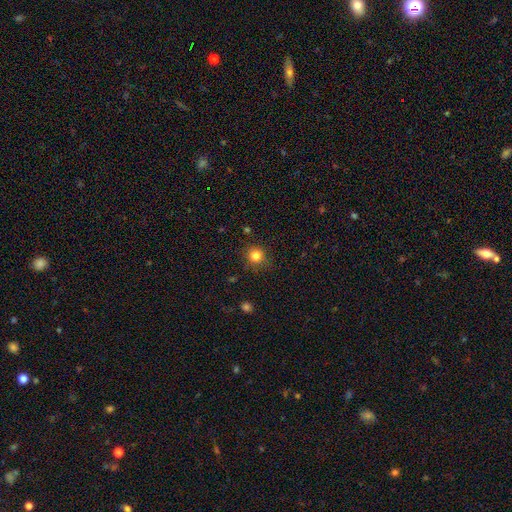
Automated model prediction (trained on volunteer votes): Smooth or featured: smooth — 83% (star or artifact — 13%)
How rounded: round — 93% (in between — 6%)
Merging: none — 86% (minor disturbance — 9%)